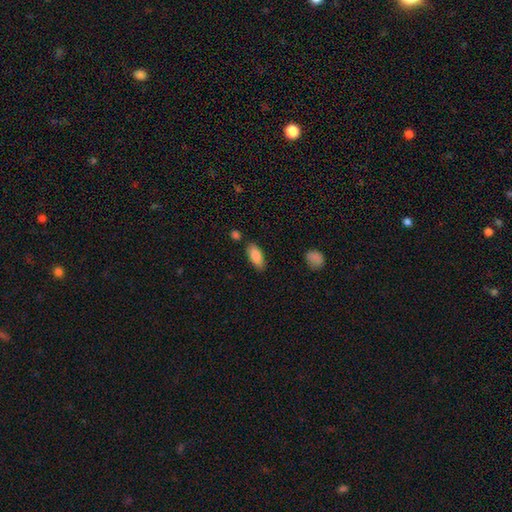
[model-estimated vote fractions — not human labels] Overall: smooth (86%). How rounded: in between (85%). Merging: none (82%).